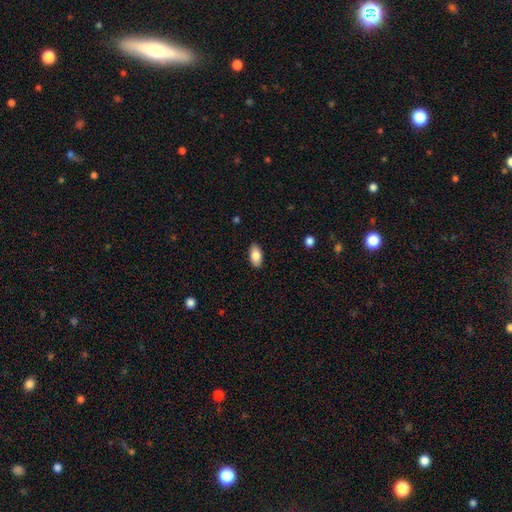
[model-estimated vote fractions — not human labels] Smooth or featured? smooth (85%)
How rounded? in between (93%)
Merging? none (88%)